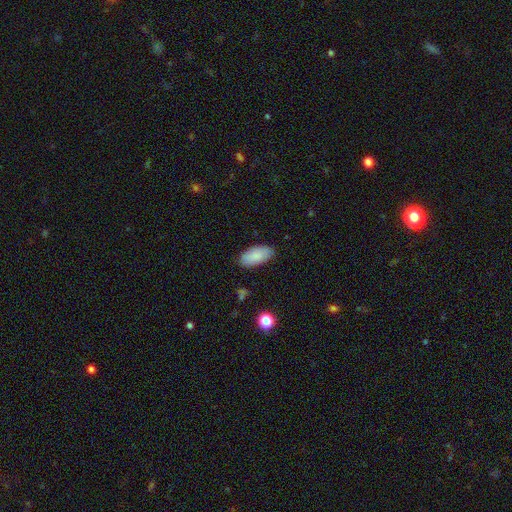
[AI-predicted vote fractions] A smooth galaxy with no disk features (87%) that is in between round and cigar-shaped (92%).

Vote fractions:
- Smooth or featured? smooth: 87% / featured or disk: 7% / star or artifact: 6%
- How rounded? in between: 92% / cigar-shaped: 6% / round: 2%
- Merging? none: 85% / minor disturbance: 12% / major disturbance: 2% / merger: 1%